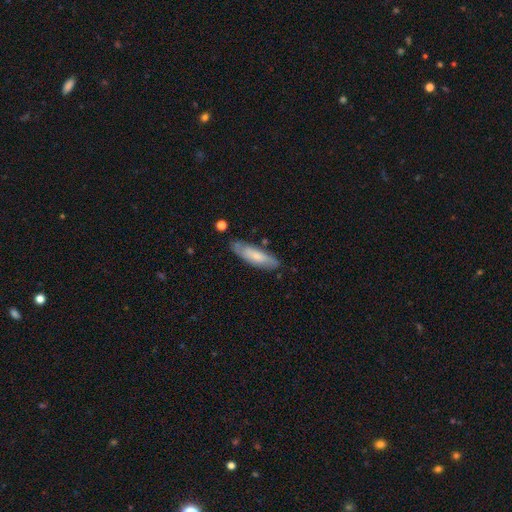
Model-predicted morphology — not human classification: This is likely a smooth galaxy (62%). How rounded: possibly cigar-shaped (58%). Merging: likely none (76%).